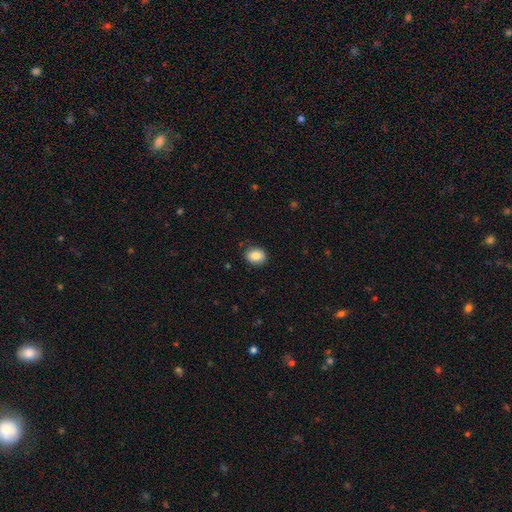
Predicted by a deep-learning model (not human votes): Overall: smooth (85%). How rounded: in between (53%; round 46%). Merging: none (86%).